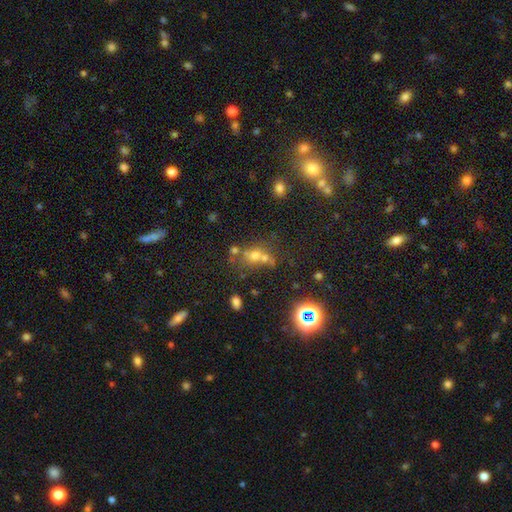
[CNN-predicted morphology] type=smooth (49%); merging=none (46%).